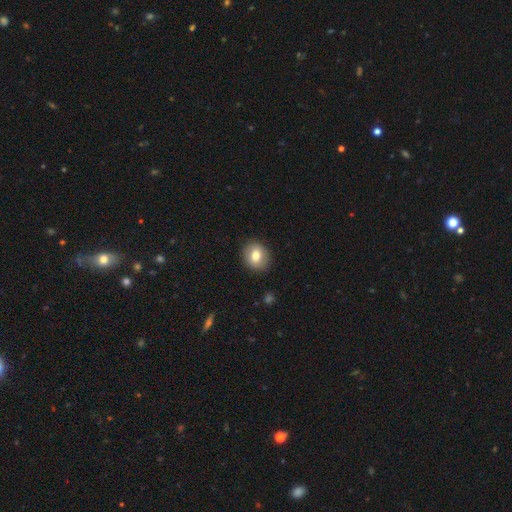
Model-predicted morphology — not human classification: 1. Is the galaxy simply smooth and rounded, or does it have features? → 78% smooth, 13% featured or disk, 8% star or artifact.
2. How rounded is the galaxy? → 62% round, 37% in between, 1% cigar-shaped.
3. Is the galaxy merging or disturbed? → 88% none, 8% minor disturbance, 2% major disturbance, 1% merger.